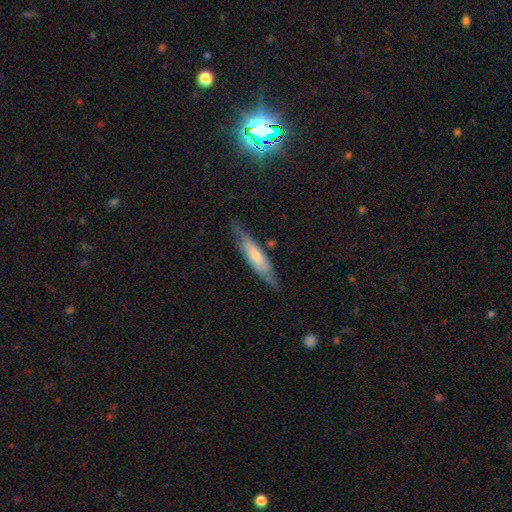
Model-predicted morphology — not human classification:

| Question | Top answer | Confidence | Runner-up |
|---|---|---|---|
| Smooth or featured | featured or disk | 48% | smooth (46%) |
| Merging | none | 72% | minor disturbance (21%) |